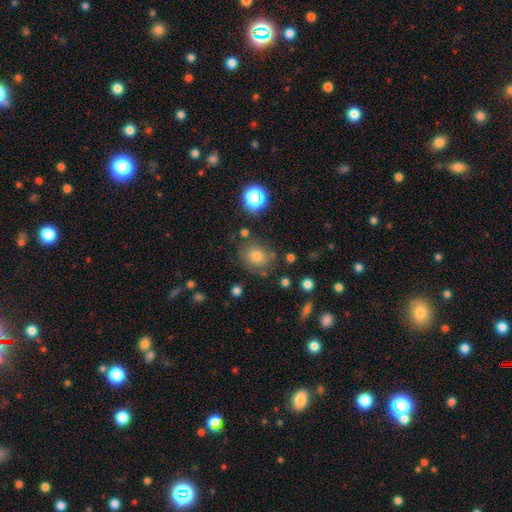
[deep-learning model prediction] This is likely a smooth galaxy (70%). How rounded: likely round (67%). Merging: likely none (76%).